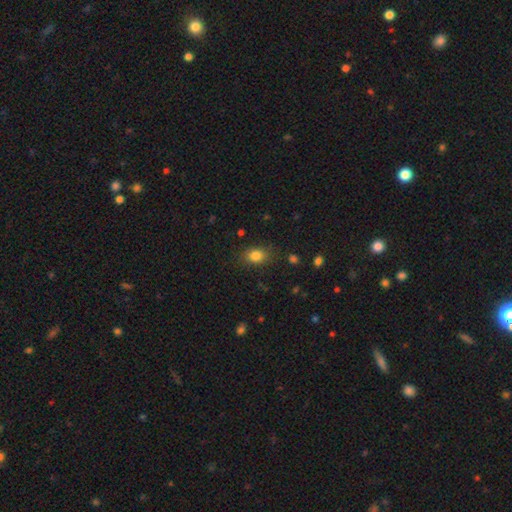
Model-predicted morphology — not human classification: Smooth or featured? Predicted: smooth (p=0.83). How rounded? Predicted: in between (p=0.72). Merging? Predicted: none (p=0.81).